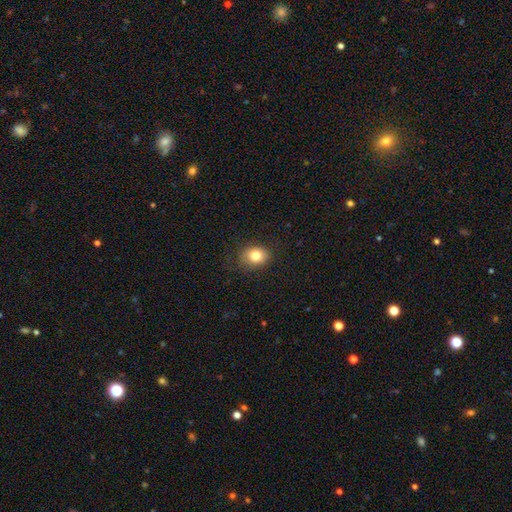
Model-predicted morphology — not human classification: A smooth galaxy with no disk features (81%) that is round (50%).

Vote fractions:
- Smooth or featured? smooth: 81% / star or artifact: 10% / featured or disk: 9%
- How rounded? round: 50% / in between: 49% / cigar-shaped: 1%
- Merging? none: 80% / minor disturbance: 14% / major disturbance: 4% / merger: 1%